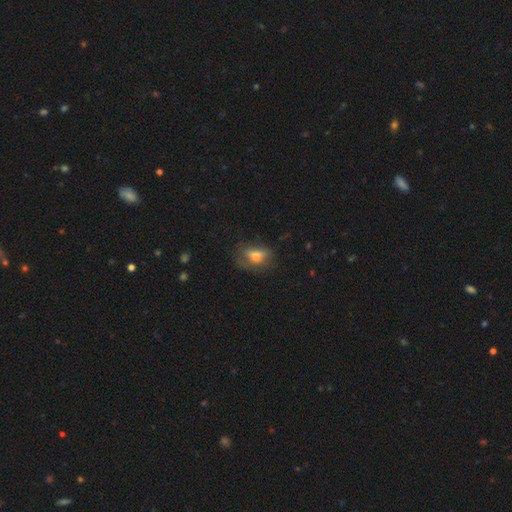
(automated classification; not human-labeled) Smooth or featured? smooth (64%)
How rounded? in between (79%)
Merging? none (48%)